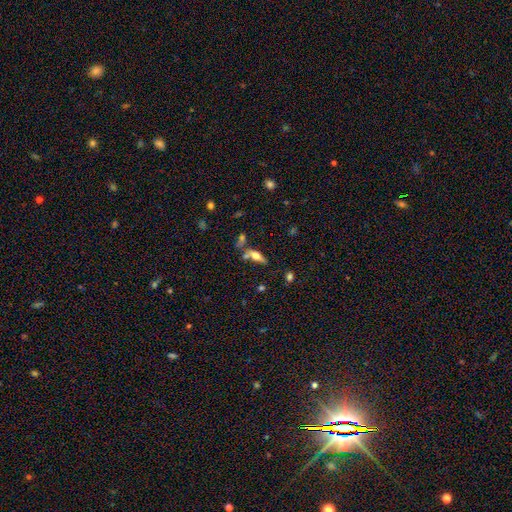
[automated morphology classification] Smooth or featured? Predicted: featured or disk (p=0.47). Merging? Predicted: none (p=0.55).